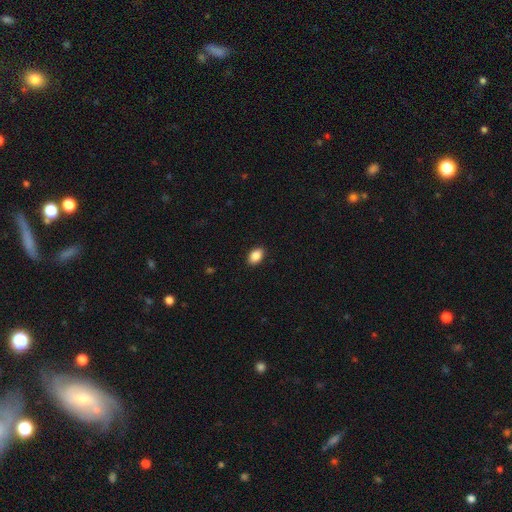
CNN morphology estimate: smooth-or-featured: smooth: 88% | star or artifact: 8% | featured or disk: 4%
  how-rounded: in between: 88% | round: 10% | cigar-shaped: 1%
  merging: none: 90% | minor disturbance: 7% | major disturbance: 2% | merger: 1%